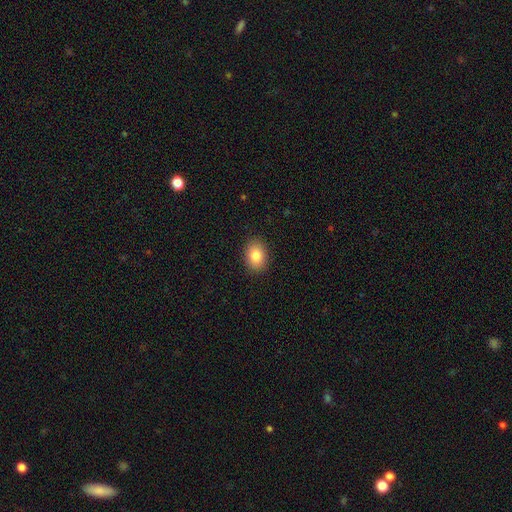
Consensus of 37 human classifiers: Volunteers were most divided on "how rounded": in between: 72%, round: 28%, cigar-shaped: 0%. More confident: smooth or featured — smooth (97%); merging — none (89%).